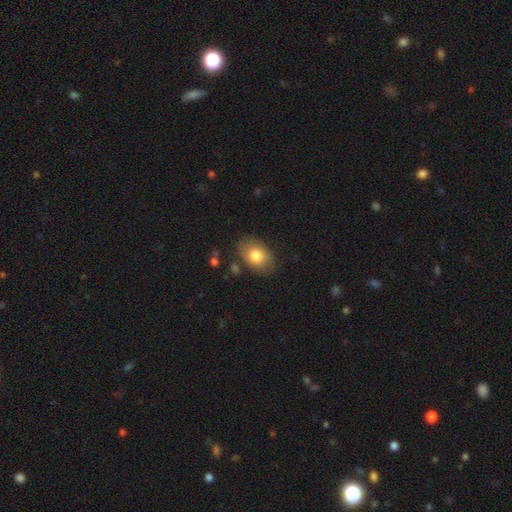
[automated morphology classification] smooth-or-featured: smooth: 79% | featured or disk: 14% | star or artifact: 7%
  how-rounded: in between: 83% | round: 16% | cigar-shaped: 1%
  merging: none: 80% | minor disturbance: 14% | major disturbance: 4% | merger: 2%